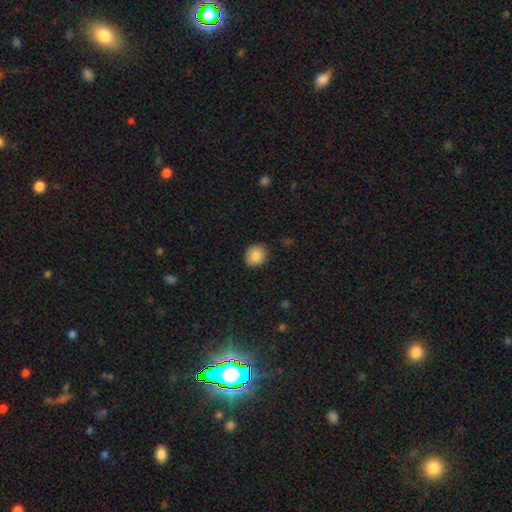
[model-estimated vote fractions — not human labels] Smooth or featured? Predicted: smooth (p=0.87). How rounded? Predicted: round (p=0.74). Merging? Predicted: none (p=0.88).